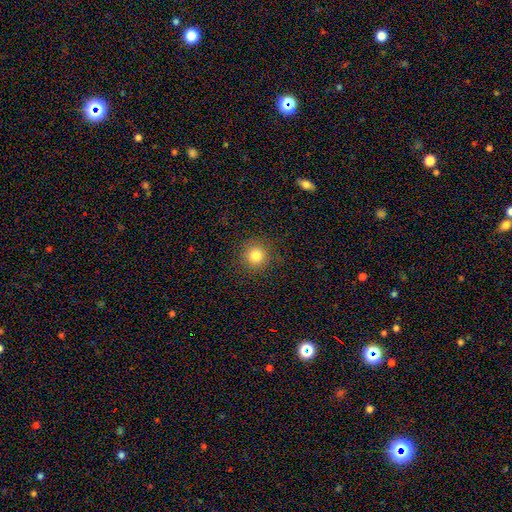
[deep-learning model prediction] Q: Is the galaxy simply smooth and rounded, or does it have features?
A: smooth — 81%.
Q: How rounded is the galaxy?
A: round — 94%.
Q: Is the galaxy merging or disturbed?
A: none — 89%.